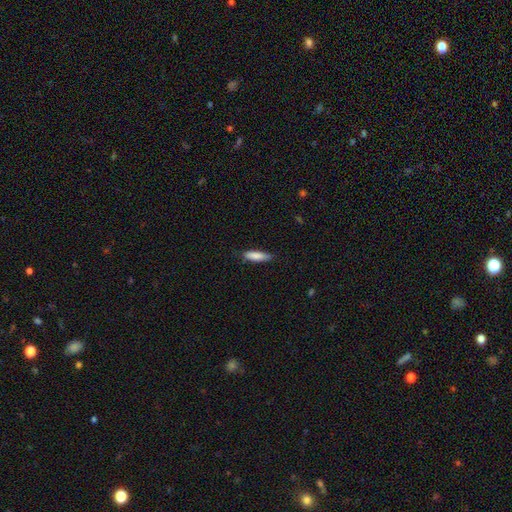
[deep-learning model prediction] Smooth or featured?
  - smooth: 84% *
  - featured or disk: 10%
  - star or artifact: 6%
How rounded?
  - cigar-shaped: 63% *
  - in between: 35%
  - round: 2%
Merging?
  - none: 79% *
  - minor disturbance: 17%
  - major disturbance: 3%
  - merger: 1%